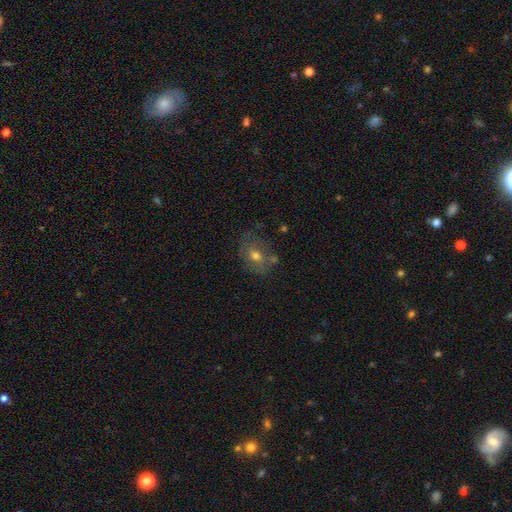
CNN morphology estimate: A smooth galaxy with no disk features (48%). Merging: none (66%).